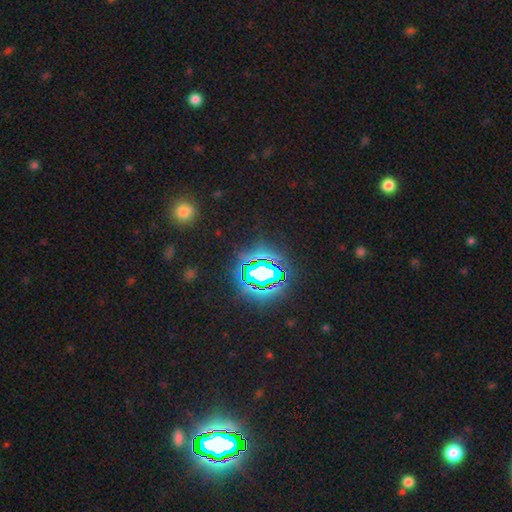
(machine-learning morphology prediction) A star or artifact, not a galaxy (82%).